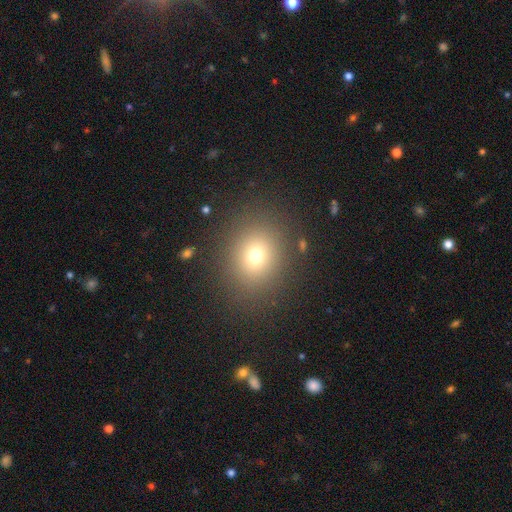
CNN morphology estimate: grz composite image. It shows a smooth galaxy with no disk features (72%) that is round (71%). Merging: none (86%).